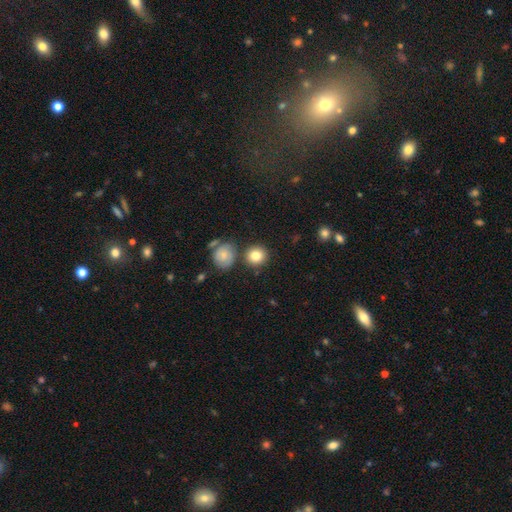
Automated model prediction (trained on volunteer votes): Smooth or featured?
  - smooth: 82% *
  - star or artifact: 9%
  - featured or disk: 9%
How rounded?
  - round: 90% *
  - in between: 9%
  - cigar-shaped: 1%
Merging?
  - none: 79% *
  - merger: 9%
  - minor disturbance: 9%
  - major disturbance: 3%